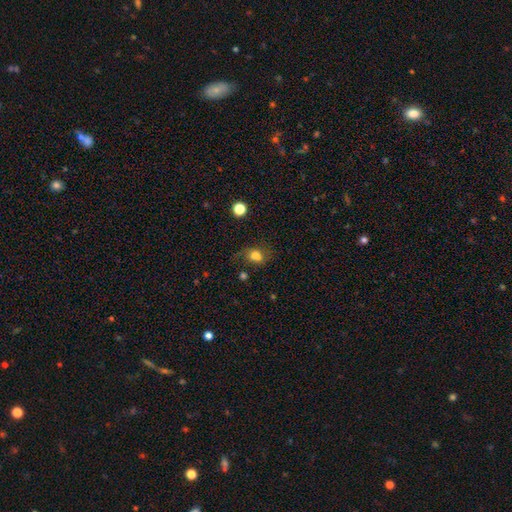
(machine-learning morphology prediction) type=smooth (73%); roundness=in between (55%); merging=none (50%).